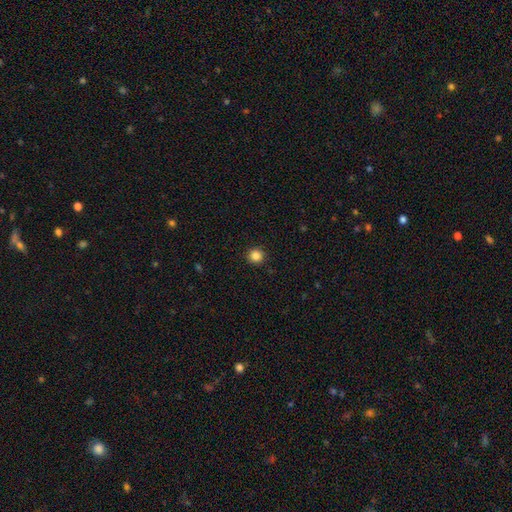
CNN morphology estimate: A smooth galaxy with no disk features (85%) that is round (94%). Merging: none (92%).